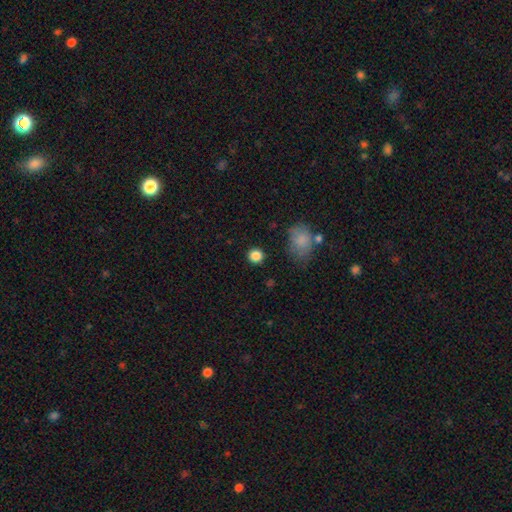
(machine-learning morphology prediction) smooth 86%, star or artifact 11%, featured or disk 4%. Down the decision tree: how rounded — round (90%); merging — none (88%).